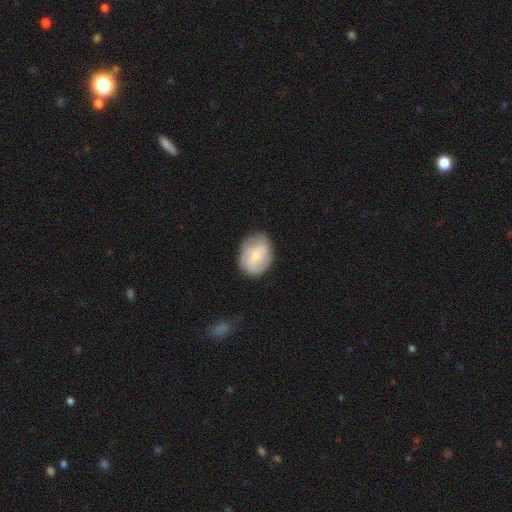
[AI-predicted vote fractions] A smooth galaxy with no disk features (57%) that is in between round and cigar-shaped (62%).

Vote fractions:
- Smooth or featured? smooth: 57% / featured or disk: 36% / star or artifact: 6%
- How rounded? in between: 62% / round: 37% / cigar-shaped: 1%
- Merging? none: 75% / minor disturbance: 19% / major disturbance: 5% / merger: 1%